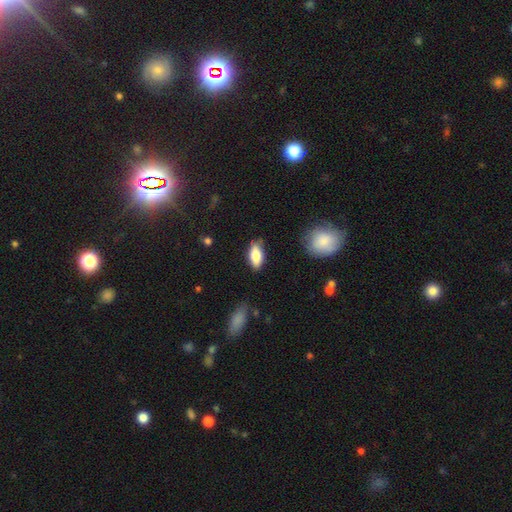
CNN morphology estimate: This appears to be a smooth galaxy with no disk features (79%) that is in between round and cigar-shaped (83%). Merging: none (79%).